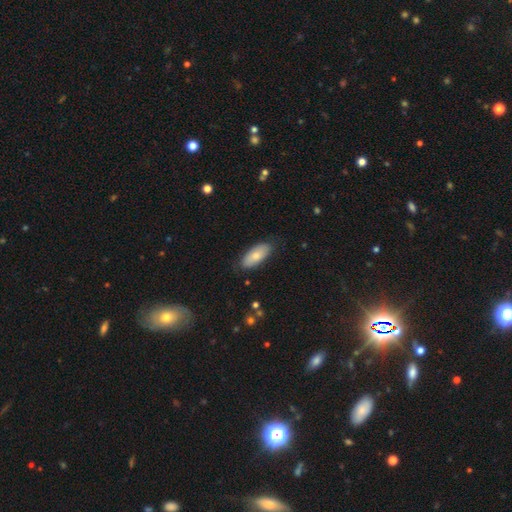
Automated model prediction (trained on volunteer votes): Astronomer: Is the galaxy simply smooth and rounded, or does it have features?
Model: smooth — 75%.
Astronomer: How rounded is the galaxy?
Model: in between — 87%.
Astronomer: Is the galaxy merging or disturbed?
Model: none — 82%.